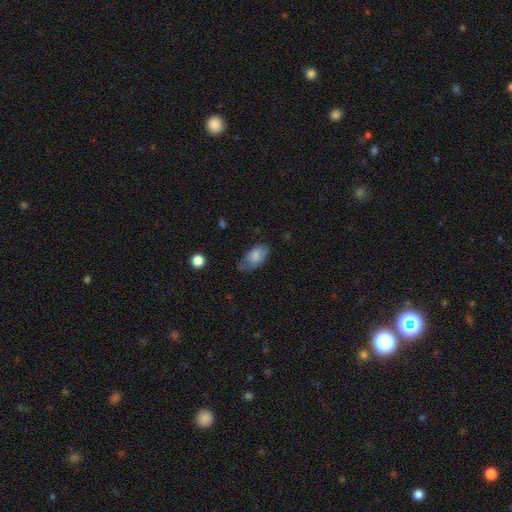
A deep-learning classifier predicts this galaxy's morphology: Smooth or featured? smooth (80%)
How rounded? in between (93%)
Merging? none (54%)